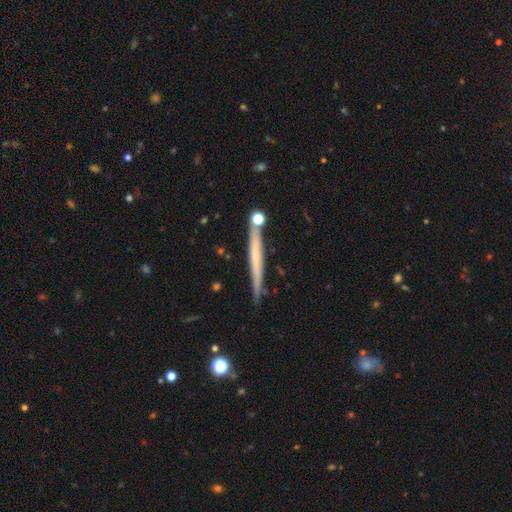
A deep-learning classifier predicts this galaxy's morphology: A featured or disk galaxy (51%) viewed edge-on (96%).

Vote fractions:
- Smooth or featured? featured or disk: 51% / smooth: 43% / star or artifact: 7%
- Edge-on disk? yes: 96% / no: 4%
- Merging? none: 82% / minor disturbance: 11% / merger: 5% / major disturbance: 2%